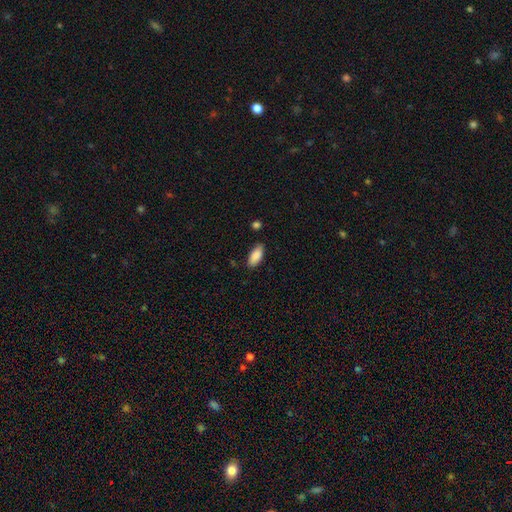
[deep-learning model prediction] This is clearly a smooth galaxy (88%). How rounded: clearly in between (89%). Merging: clearly none (81%).